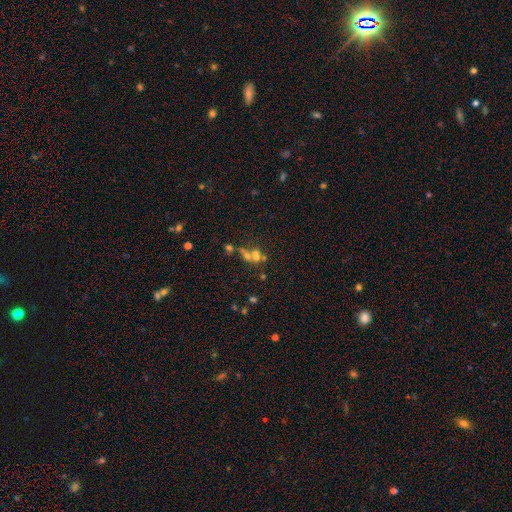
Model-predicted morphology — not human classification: Smooth or featured?
  - smooth: 47% *
  - star or artifact: 27%
  - featured or disk: 26%
Merging?
  - merger: 50% *
  - none: 32%
  - major disturbance: 9%
  - minor disturbance: 9%